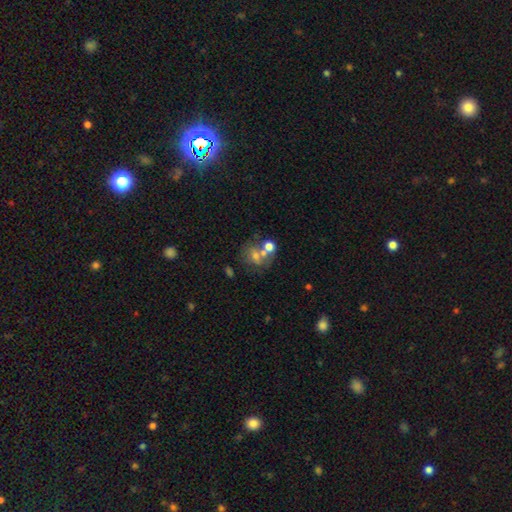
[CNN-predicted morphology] This appears to be a smooth galaxy with no disk features (53%) that is round (63%). Merging: merger (40%).